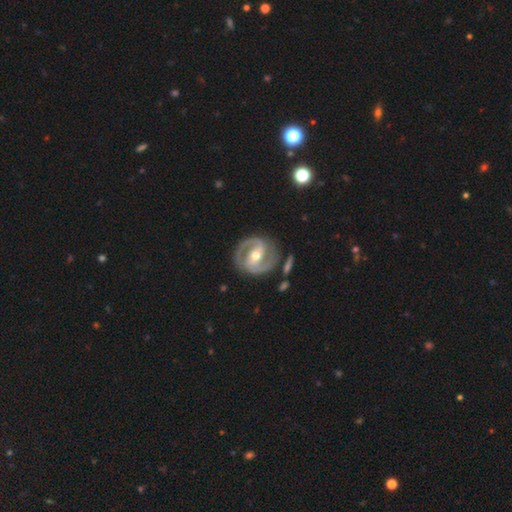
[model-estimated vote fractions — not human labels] Morphology: type=featured or disk (90%); edge-on=no (98%); bar=strong (41%); spiral arms=yes (97%); winding=medium (47%); arm count=2 (92%); bulge=moderate (70%); merging=none (83%).